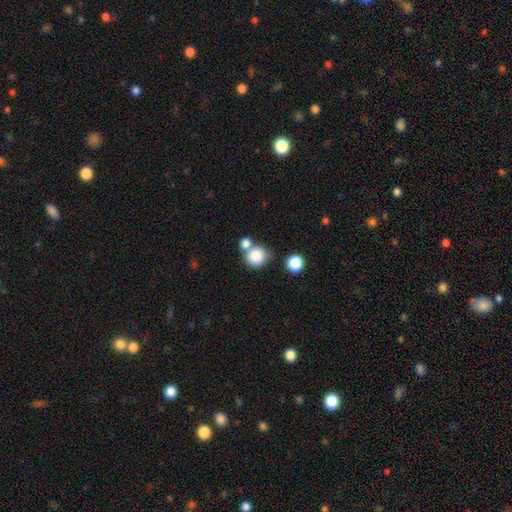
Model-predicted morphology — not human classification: Smooth or featured? Predicted: smooth (p=0.84). How rounded? Predicted: round (p=0.84). Merging? Predicted: none (p=0.53).